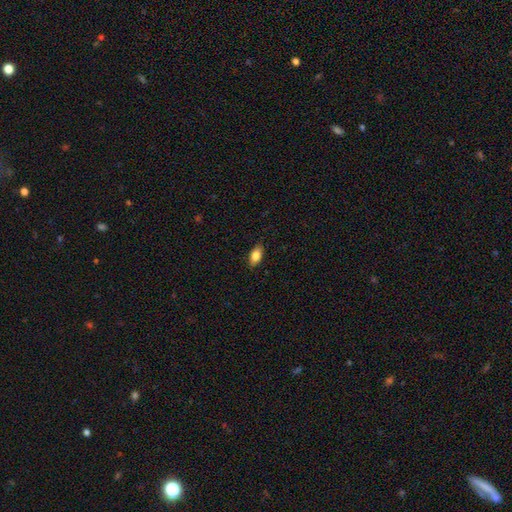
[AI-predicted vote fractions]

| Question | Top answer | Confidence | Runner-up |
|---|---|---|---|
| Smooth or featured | smooth | 82% | featured or disk (11%) |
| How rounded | in between | 89% | cigar-shaped (6%) |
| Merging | none | 86% | minor disturbance (11%) |